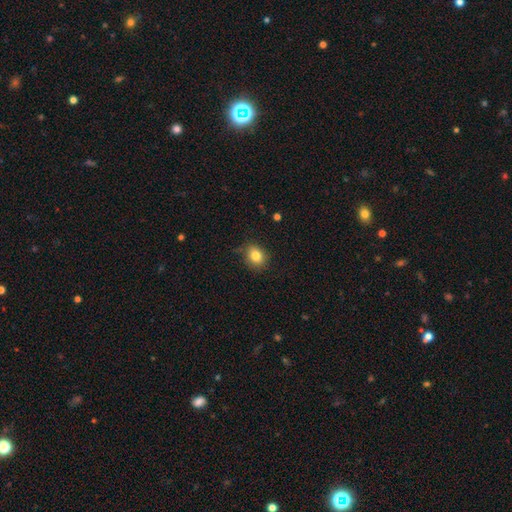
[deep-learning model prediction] smooth_or_featured: smooth (p=0.83) [alt: star or artifact p=0.11]
how_rounded: round (p=0.65) [alt: in between p=0.34]
merging: none (p=0.81) [alt: minor disturbance p=0.15]